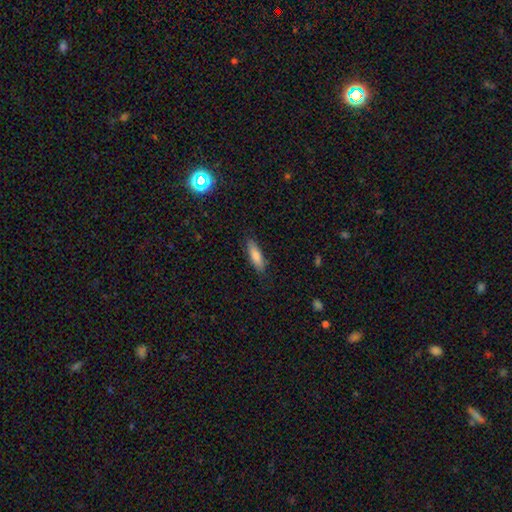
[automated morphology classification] Smooth or featured? smooth (76%)
How rounded? cigar-shaped (61%)
Merging? none (86%)